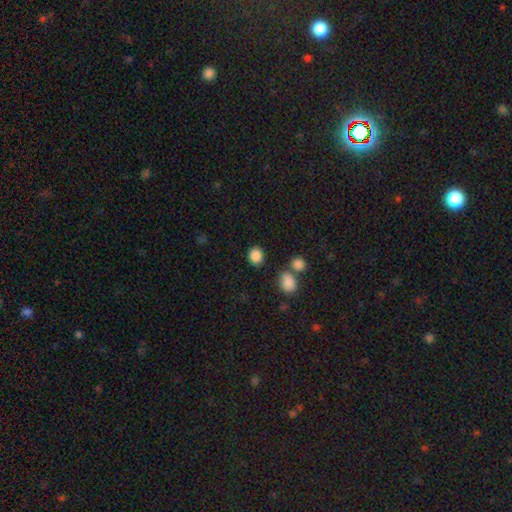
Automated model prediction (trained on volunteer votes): Smooth or featured? smooth (87%)
How rounded? round (61%)
Merging? none (81%)